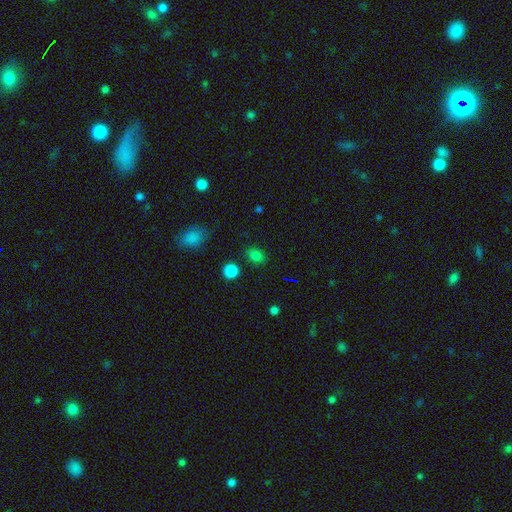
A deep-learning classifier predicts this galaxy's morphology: Smooth or featured? Predicted: smooth (p=0.79). How rounded? Predicted: in between (p=0.54). Merging? Predicted: none (p=0.83).